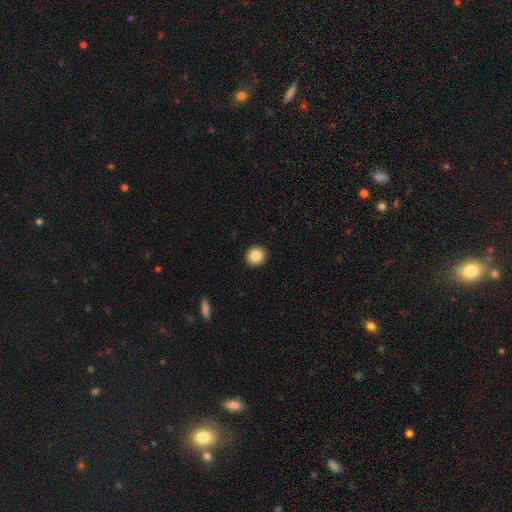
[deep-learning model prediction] This is clearly a smooth galaxy (85%). How rounded: clearly round (90%). Merging: clearly none (92%).